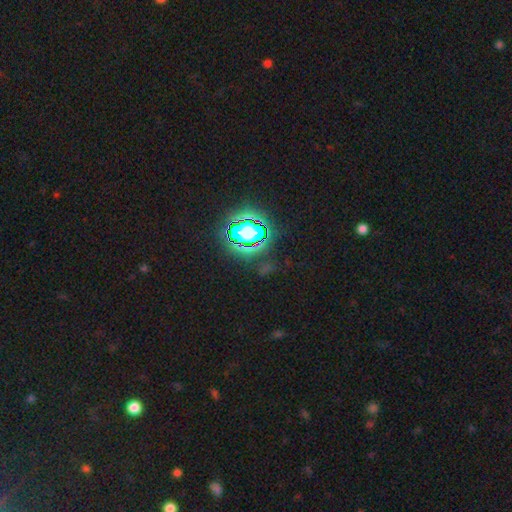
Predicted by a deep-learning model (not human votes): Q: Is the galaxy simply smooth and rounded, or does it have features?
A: star or artifact — 82%.